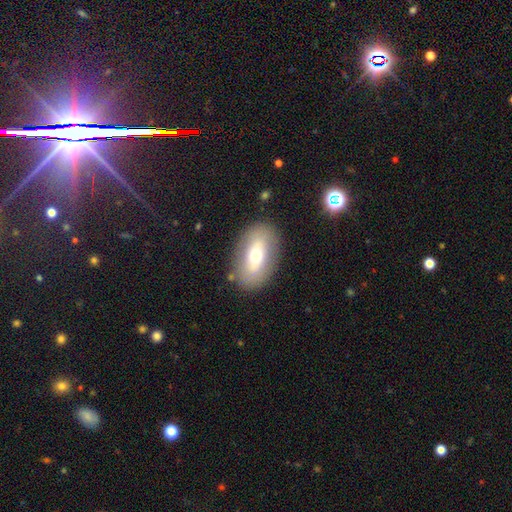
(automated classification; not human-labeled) Morphology: type=smooth (60%); roundness=in between (88%); merging=none (84%).